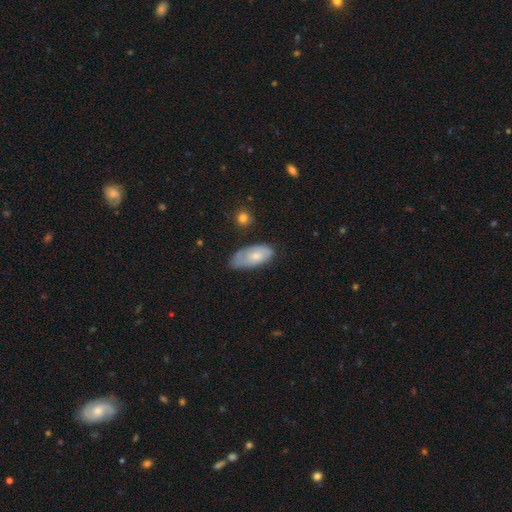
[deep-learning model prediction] A smooth galaxy with no disk features (62%) that is in between round and cigar-shaped (88%).

Vote fractions:
- Smooth or featured? smooth: 62% / featured or disk: 32% / star or artifact: 6%
- How rounded? in between: 88% / cigar-shaped: 10% / round: 3%
- Merging? none: 50% / minor disturbance: 36% / major disturbance: 10% / merger: 3%